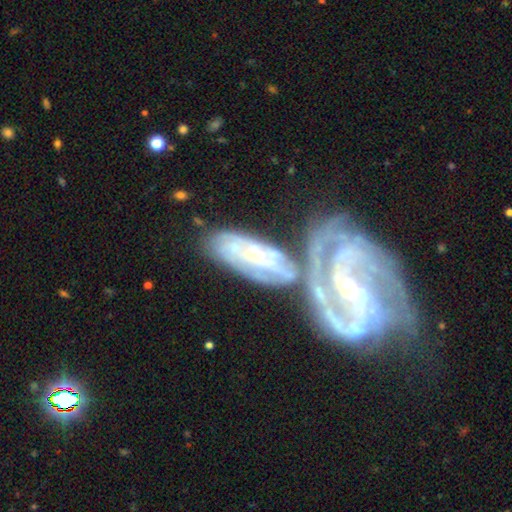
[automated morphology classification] Overall: featured or disk (77%). Edge-on disk: no (92%). Bar: no (56%; weak 30%). Spiral arms: yes (89%). Spiral arm count: can't tell (38%; 2 32%). Spiral winding: tight (58%; medium 33%). Bulge size: small (65%; moderate 28%). Merging: merger (58%; none 23%).